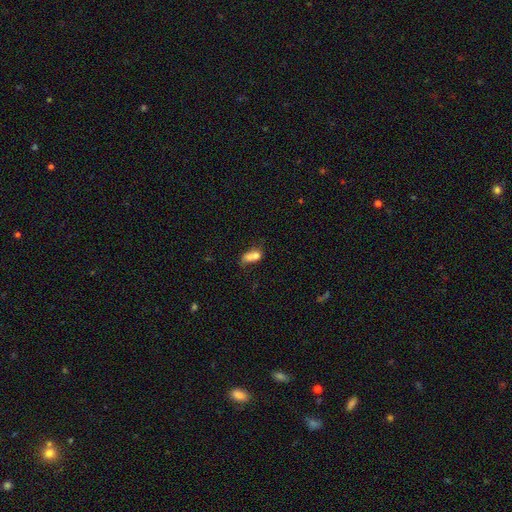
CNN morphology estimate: smooth_or_featured: smooth (p=0.69) [alt: featured or disk p=0.20]
how_rounded: in between (p=0.76) [alt: round p=0.16]
merging: merger (p=0.44) [alt: none p=0.26]